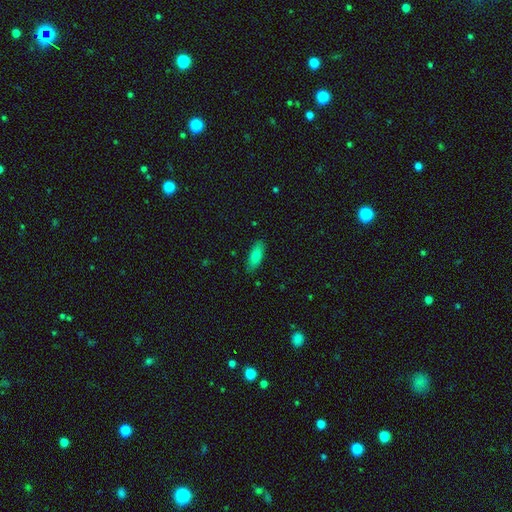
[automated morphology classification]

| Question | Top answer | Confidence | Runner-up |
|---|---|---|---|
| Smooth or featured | smooth | 79% | featured or disk (14%) |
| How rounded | in between | 70% | cigar-shaped (28%) |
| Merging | none | 86% | minor disturbance (11%) |